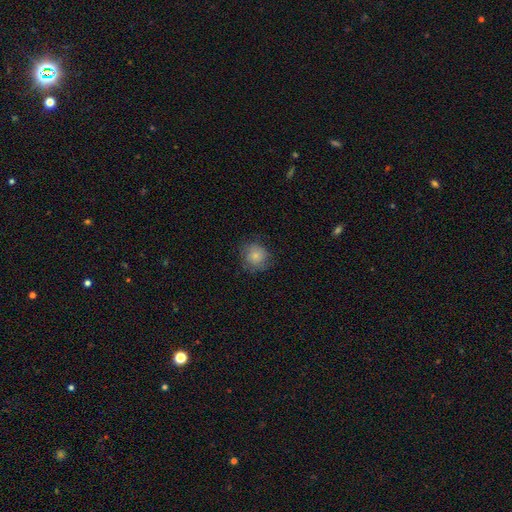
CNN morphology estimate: Overall: smooth (82%). How rounded: round (87%). Merging: none (78%).